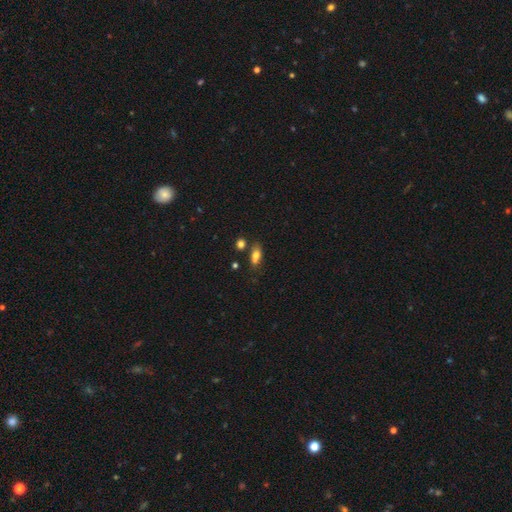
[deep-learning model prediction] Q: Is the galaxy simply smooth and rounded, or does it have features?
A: smooth — 73%.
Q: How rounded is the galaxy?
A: in between — 77%.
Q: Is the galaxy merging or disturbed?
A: none — 60%.